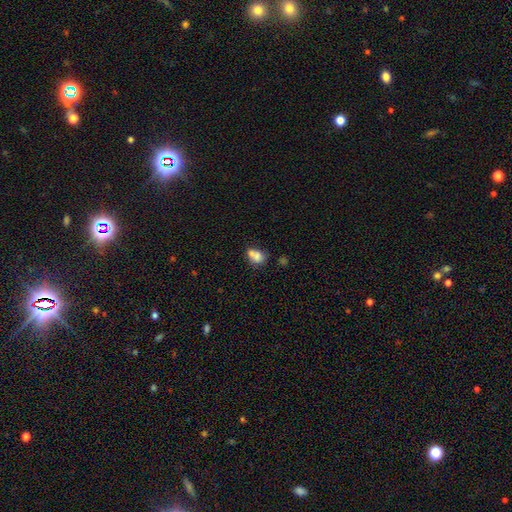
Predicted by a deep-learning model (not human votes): smooth 72%, featured or disk 18%, star or artifact 11%. Down the decision tree: how rounded — in between (52%); merging — merger (58%).